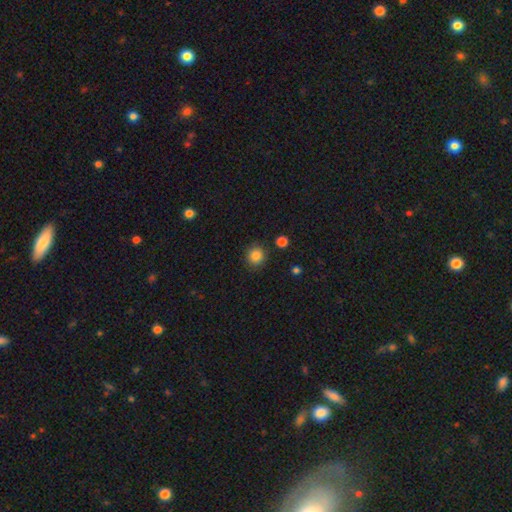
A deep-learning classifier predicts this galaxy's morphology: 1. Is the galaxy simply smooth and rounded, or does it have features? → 84% smooth, 11% star or artifact, 5% featured or disk.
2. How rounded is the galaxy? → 92% round, 7% in between, 1% cigar-shaped.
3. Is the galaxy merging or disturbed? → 90% none, 6% minor disturbance, 2% merger, 2% major disturbance.